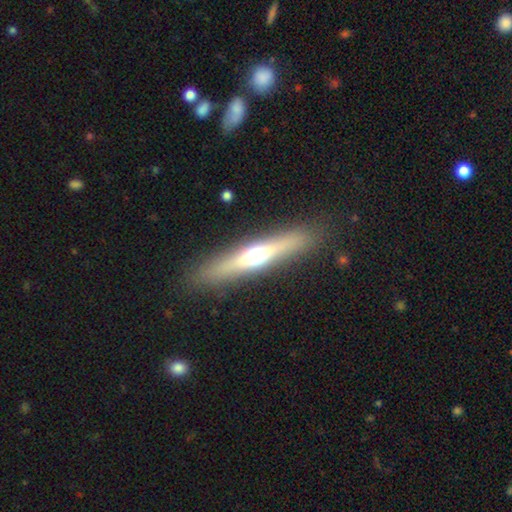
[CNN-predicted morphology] Smooth or featured? featured or disk (54%)
Edge-on disk? yes (88%)
Merging? none (88%)